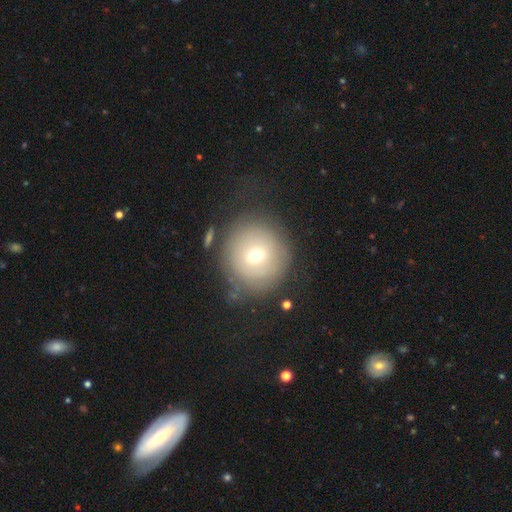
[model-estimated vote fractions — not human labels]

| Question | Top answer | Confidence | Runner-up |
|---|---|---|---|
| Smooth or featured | smooth | 63% | featured or disk (25%) |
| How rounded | round | 91% | in between (8%) |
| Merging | none | 71% | minor disturbance (16%) |